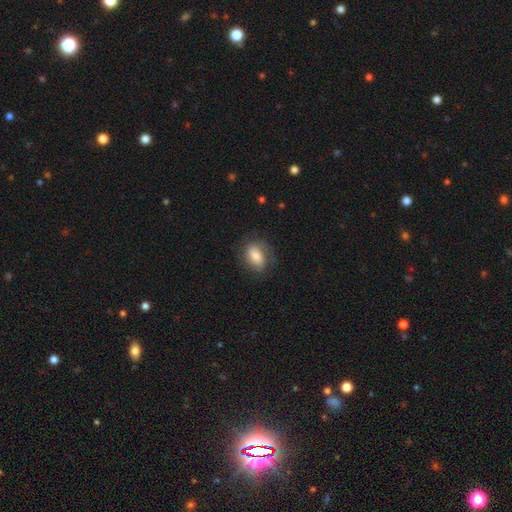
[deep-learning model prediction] This is likely a smooth galaxy (64%). How rounded: likely in between (76%). Merging: likely none (71%).